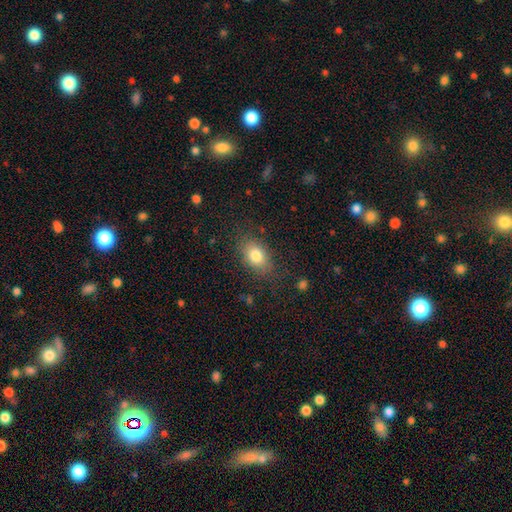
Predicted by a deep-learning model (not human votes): smooth 80%, featured or disk 10%, star or artifact 9%. Down the decision tree: how rounded — in between (81%); merging — none (79%).